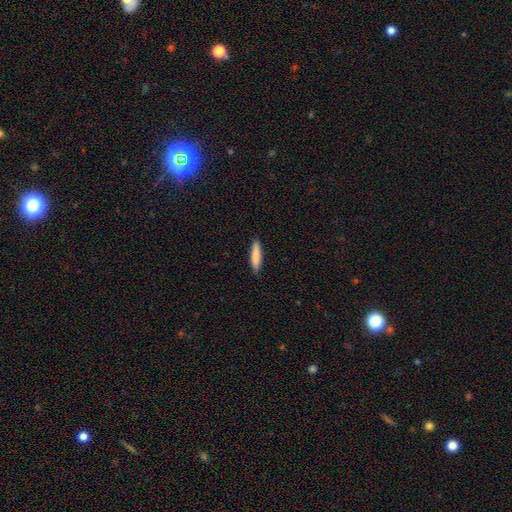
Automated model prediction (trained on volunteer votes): Smooth or featured? smooth (85%)
How rounded? cigar-shaped (82%)
Merging? none (88%)